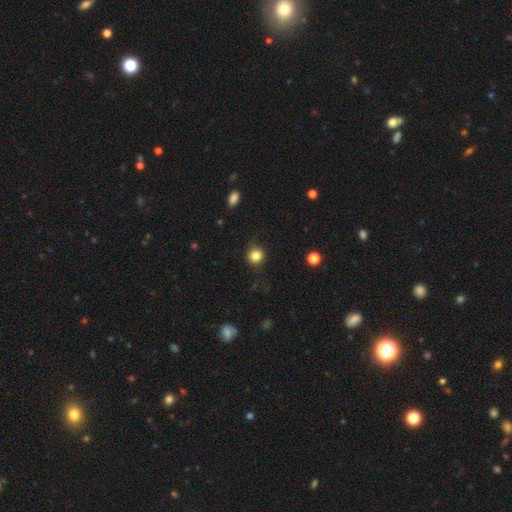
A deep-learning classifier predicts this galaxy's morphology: smooth 83%, star or artifact 11%, featured or disk 5%. Down the decision tree: how rounded — round (89%); merging — none (80%).